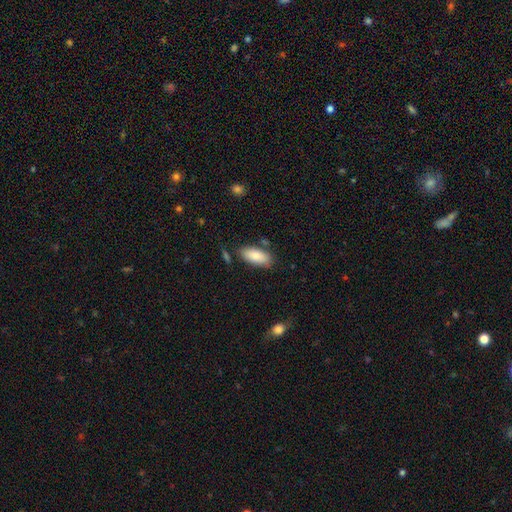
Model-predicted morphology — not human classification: Smooth or featured? smooth (86%)
How rounded? in between (87%)
Merging? none (77%)